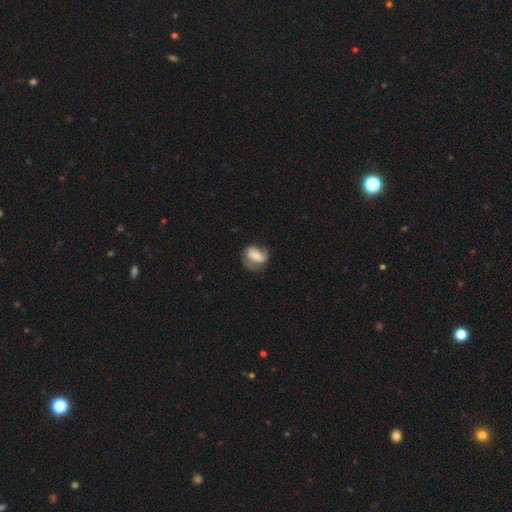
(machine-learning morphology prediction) This appears to be a smooth galaxy with no disk features (48%). Merging: none (46%).